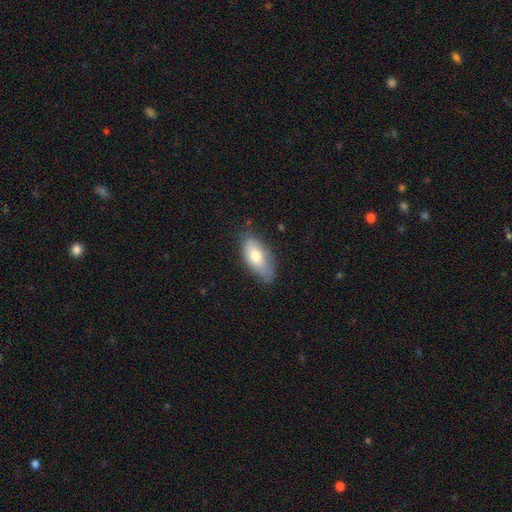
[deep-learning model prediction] Smooth or featured? Predicted: smooth (p=0.72). How rounded? Predicted: in between (p=0.87). Merging? Predicted: none (p=0.65).